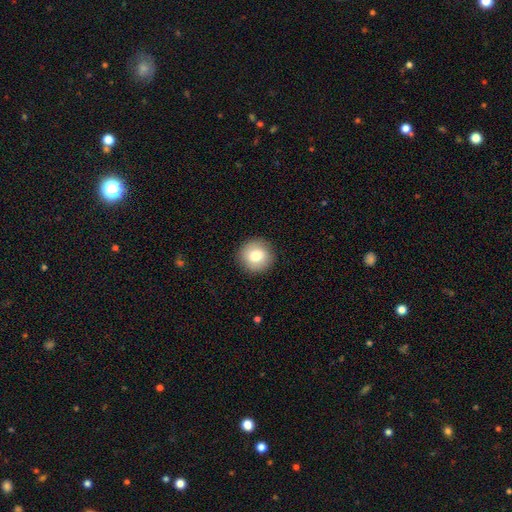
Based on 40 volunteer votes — smooth-or-featured: smooth: 72% | featured or disk: 18% | star or artifact: 10%
  how-rounded: round: 97% | in between: 3% | cigar-shaped: 0%
  merging: none: 94% | minor disturbance: 3% | major disturbance: 3% | merger: 0%